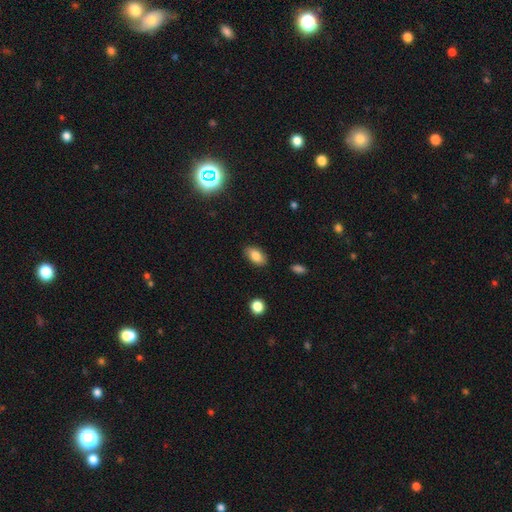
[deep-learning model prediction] smooth 82%, featured or disk 9%, star or artifact 9%. Down the decision tree: how rounded — in between (92%); merging — none (86%).